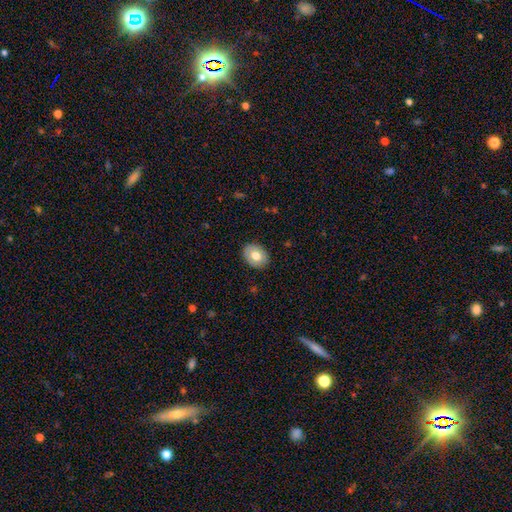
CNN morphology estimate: This appears to be a smooth galaxy with no disk features (67%) that is in between round and cigar-shaped (60%). Merging: none (87%).